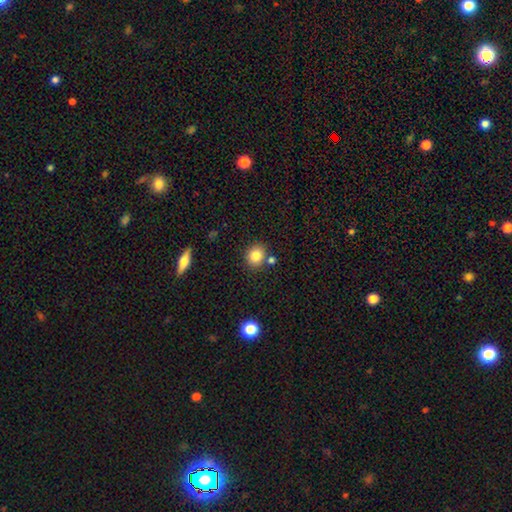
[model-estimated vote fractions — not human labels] The model was most divided on "how rounded": round: 78%, in between: 21%, cigar-shaped: 1%. More confident: smooth or featured — smooth (83%); merging — none (77%).